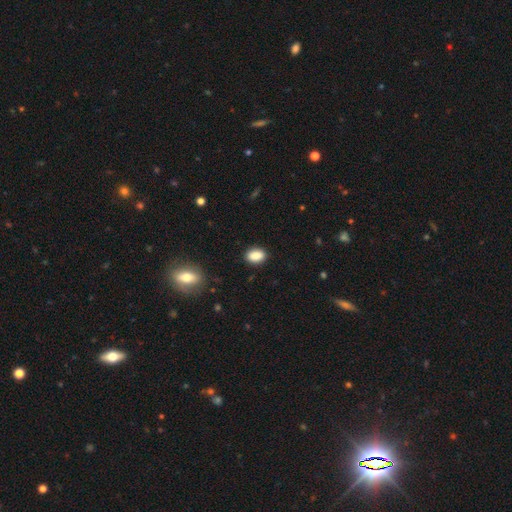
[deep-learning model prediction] Smooth or featured? Predicted: smooth (p=0.88). How rounded? Predicted: in between (p=0.81). Merging? Predicted: none (p=0.88).